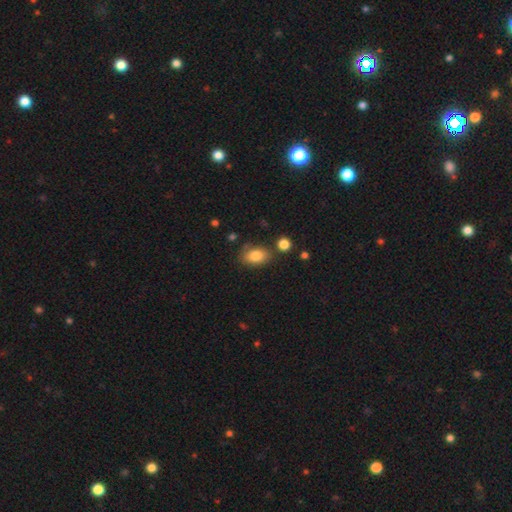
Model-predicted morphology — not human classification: smooth_or_featured: smooth (p=0.83) [alt: featured or disk p=0.09]
how_rounded: in between (p=0.85) [alt: round p=0.13]
merging: none (p=0.74) [alt: minor disturbance p=0.16]